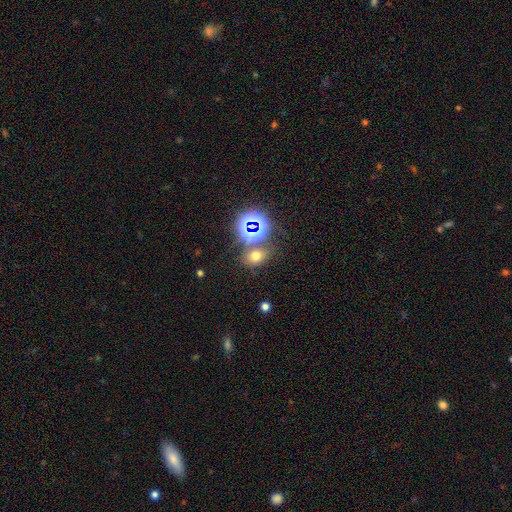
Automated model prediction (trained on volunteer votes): A smooth galaxy with no disk features (57%) that is in between round and cigar-shaped (60%).

Vote fractions:
- Smooth or featured? smooth: 57% / star or artifact: 32% / featured or disk: 10%
- How rounded? in between: 60% / round: 39% / cigar-shaped: 2%
- Merging? none: 70% / merger: 14% / minor disturbance: 11% / major disturbance: 5%